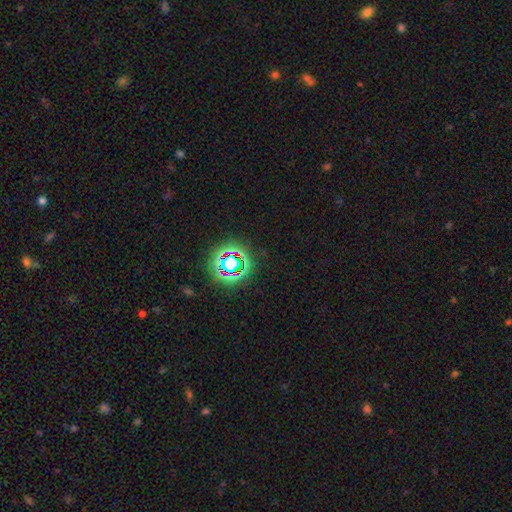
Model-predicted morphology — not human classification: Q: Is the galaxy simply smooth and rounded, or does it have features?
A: star or artifact — 75%.